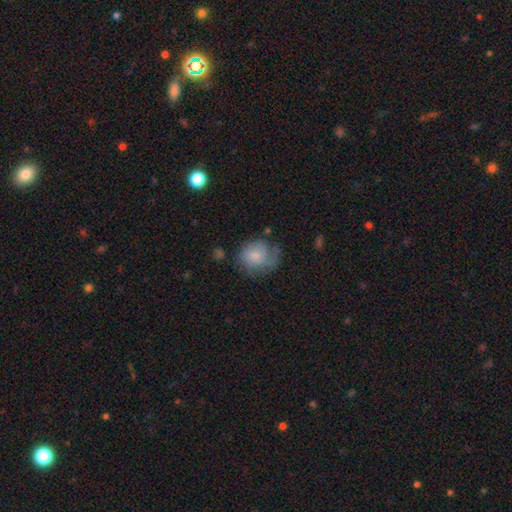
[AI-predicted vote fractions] The model was most divided on "merging": none: 46%, minor disturbance: 29%, major disturbance: 22%, merger: 3%. More confident: how rounded — round (70%); smooth or featured — smooth (64%).